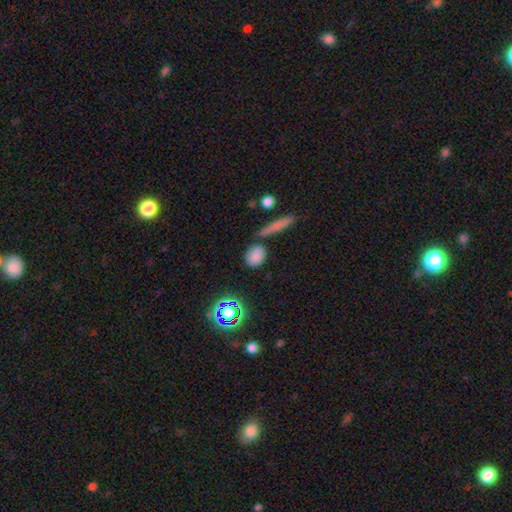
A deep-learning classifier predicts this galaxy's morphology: smooth-or-featured: smooth: 80% | star or artifact: 13% | featured or disk: 7%
  how-rounded: round: 47% (tied) | in between: 47% (tied) | cigar-shaped: 6%
  merging: none: 74% | minor disturbance: 13% | merger: 9% | major disturbance: 4%